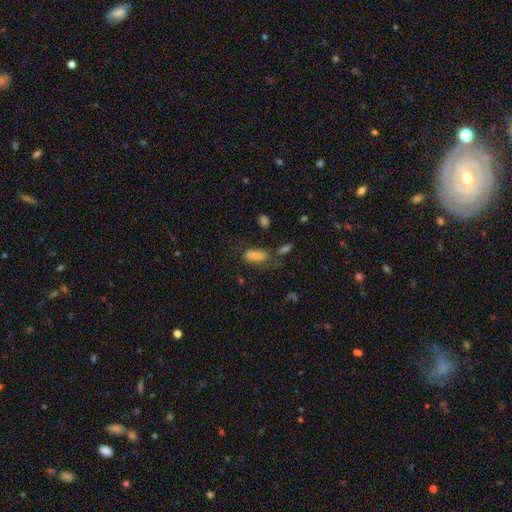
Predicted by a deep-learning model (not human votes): Overall: smooth (82%). How rounded: in between (89%). Merging: none (52%; minor disturbance 24%).